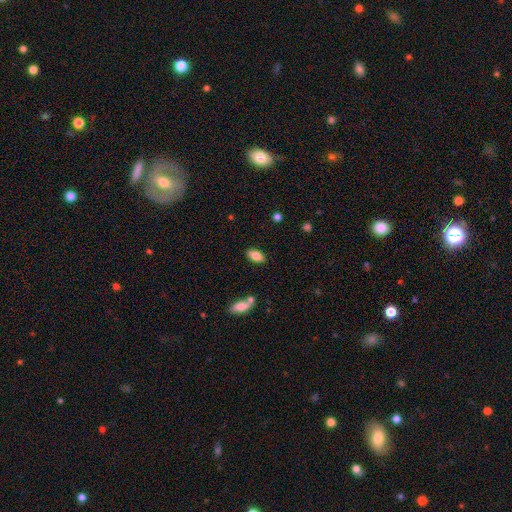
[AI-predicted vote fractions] Smooth or featured? Predicted: smooth (p=0.81). How rounded? Predicted: in between (p=0.90). Merging? Predicted: none (p=0.84).